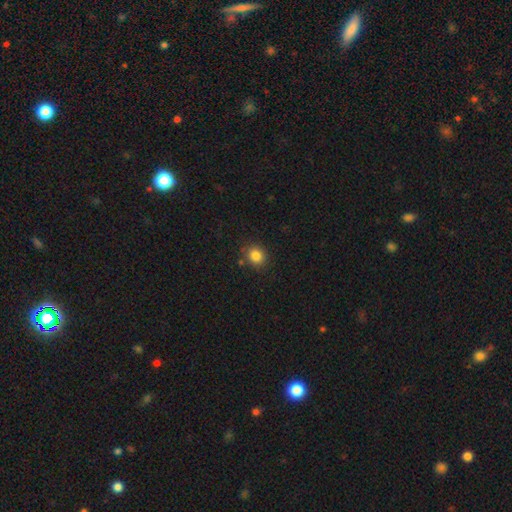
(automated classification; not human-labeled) This is clearly a smooth galaxy (84%). How rounded: likely round (76%). Merging: clearly none (83%).